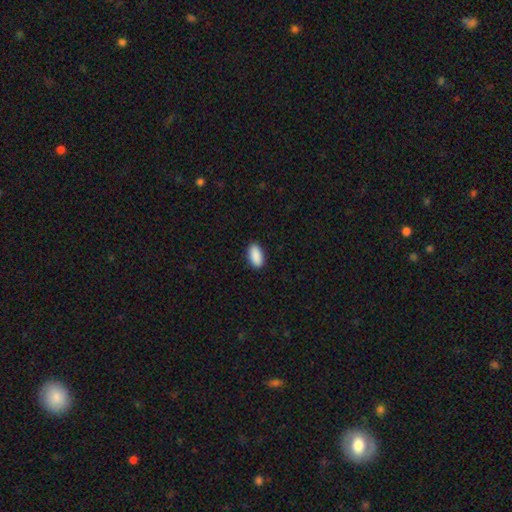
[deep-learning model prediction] Overall: smooth (91%). How rounded: in between (93%). Merging: none (90%).